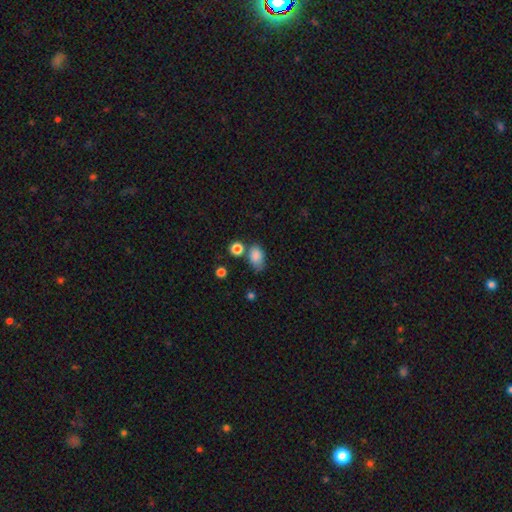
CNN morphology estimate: smooth 84%, star or artifact 10%, featured or disk 7%. Down the decision tree: how rounded — in between (83%); merging — none (52%).